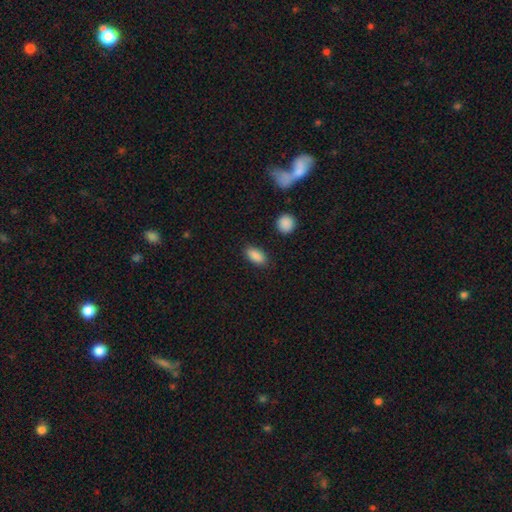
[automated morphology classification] Smooth or featured?
  - smooth: 89% *
  - star or artifact: 7%
  - featured or disk: 4%
How rounded?
  - in between: 89% *
  - cigar-shaped: 7%
  - round: 4%
Merging?
  - none: 88% *
  - minor disturbance: 8%
  - major disturbance: 2%
  - merger: 2%